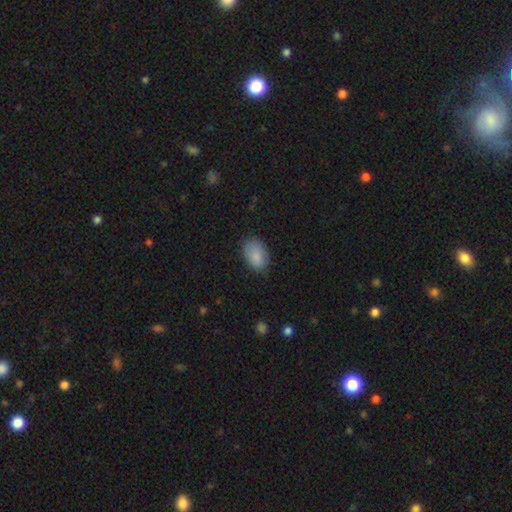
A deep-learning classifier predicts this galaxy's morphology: Smooth or featured? Predicted: smooth (p=0.86). How rounded? Predicted: in between (p=0.88). Merging? Predicted: none (p=0.76).